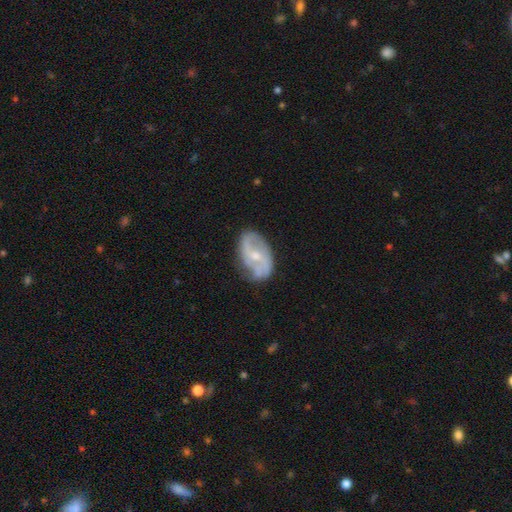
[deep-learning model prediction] The model was most divided on "spiral winding" (2-way tie): medium: 40%, loose: 40%, tight: 20%. Remaining: edge-on disk — no (96%); spiral arms — yes (84%); smooth or featured — featured or disk (74%); spiral arm count — 2 (73%); merging — none (63%); bulge size — small (54%); bar — no (45%).